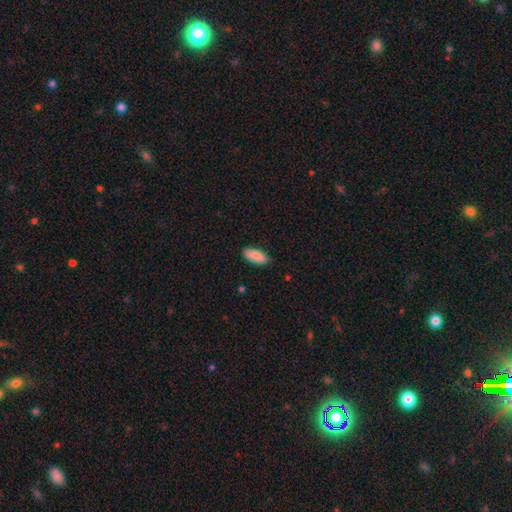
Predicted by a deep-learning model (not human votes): A smooth galaxy with no disk features (89%) that is in between round and cigar-shaped (86%). Merging: none (87%).